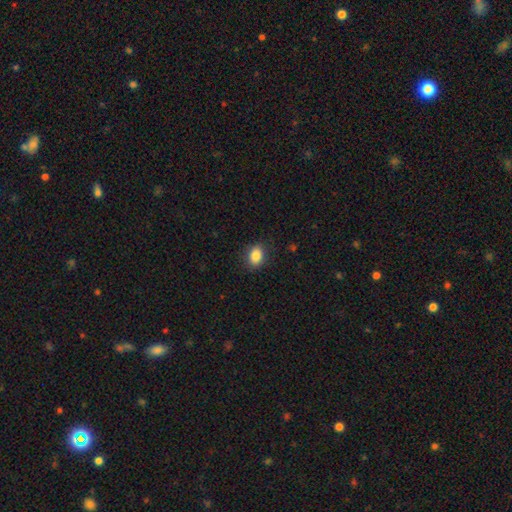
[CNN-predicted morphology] This appears to be a smooth galaxy with no disk features (86%) that is in between round and cigar-shaped (71%). Merging: none (87%).